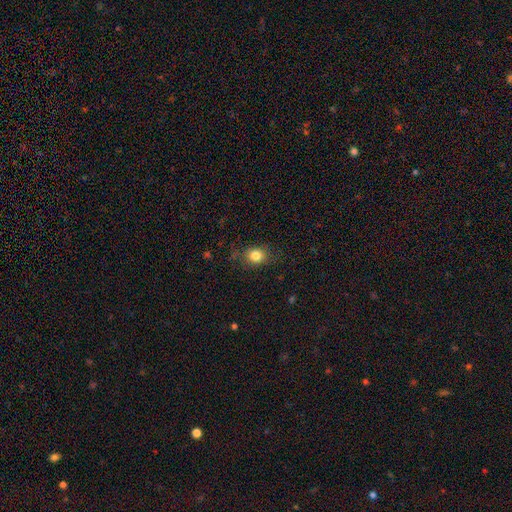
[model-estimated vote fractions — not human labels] Q: Smooth or featured?
A: smooth (81%); runner-up: star or artifact (11%)
Q: How rounded?
A: round (66%); runner-up: in between (33%)
Q: Merging?
A: none (80%); runner-up: minor disturbance (15%)